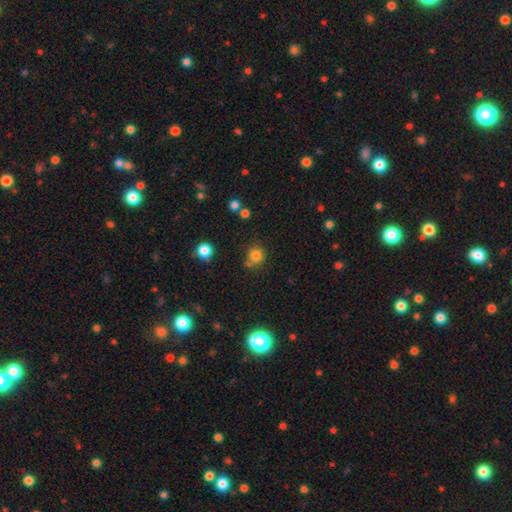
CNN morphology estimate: The model was most divided on "merging": none: 71%, minor disturbance: 14%, merger: 11%, major disturbance: 4%. More confident: how rounded — round (86%); smooth or featured — smooth (79%).